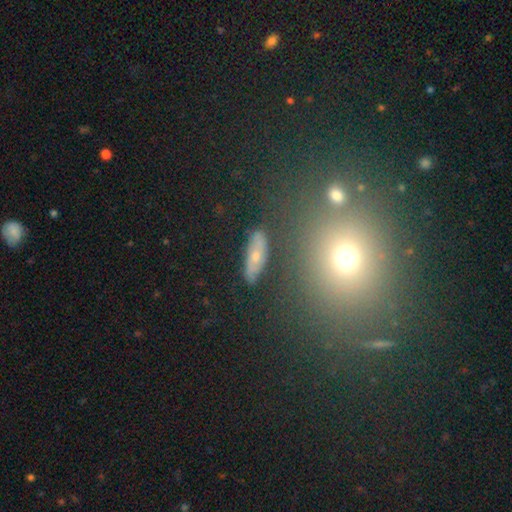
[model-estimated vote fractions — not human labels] Smooth or featured? Predicted: smooth (p=0.46). Merging? Predicted: none (p=0.80).